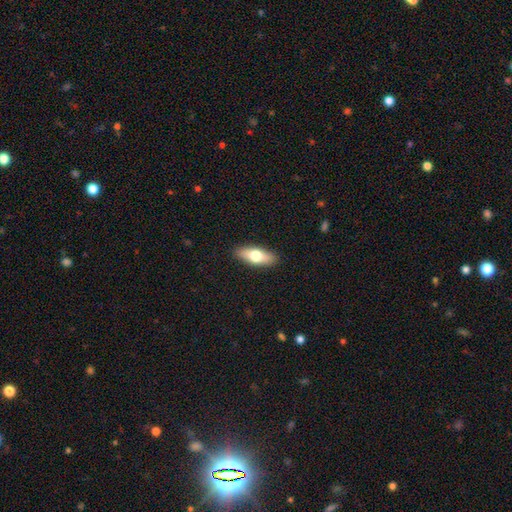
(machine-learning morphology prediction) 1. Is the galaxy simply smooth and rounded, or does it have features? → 68% smooth, 26% featured or disk, 6% star or artifact.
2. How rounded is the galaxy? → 72% in between, 24% cigar-shaped, 3% round.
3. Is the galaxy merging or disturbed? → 89% none, 8% minor disturbance, 2% major disturbance, 1% merger.